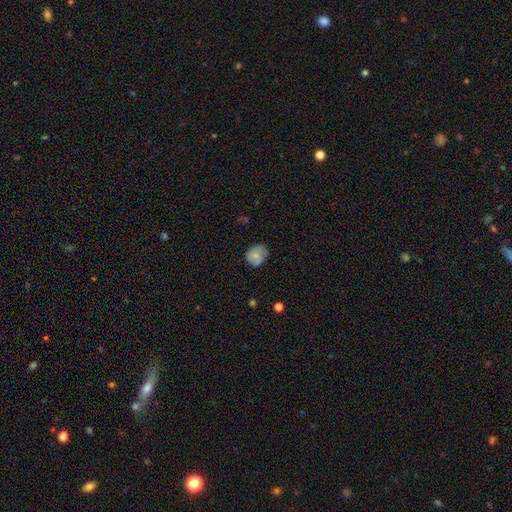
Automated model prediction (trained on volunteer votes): This appears to be a smooth galaxy with no disk features (66%) that is round (60%). Merging: none (57%).